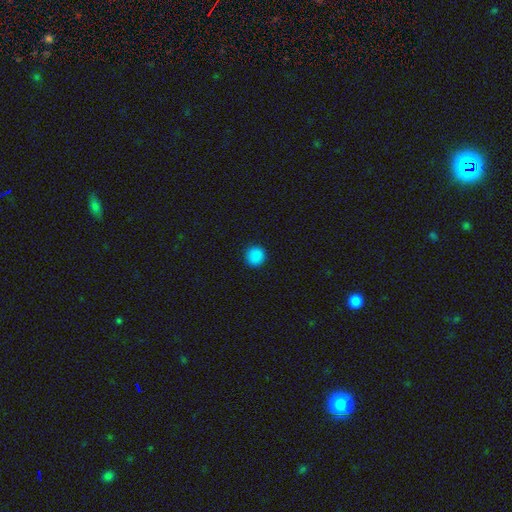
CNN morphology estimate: Smooth or featured? Predicted: smooth (p=0.87). How rounded? Predicted: round (p=0.93). Merging? Predicted: none (p=0.92).